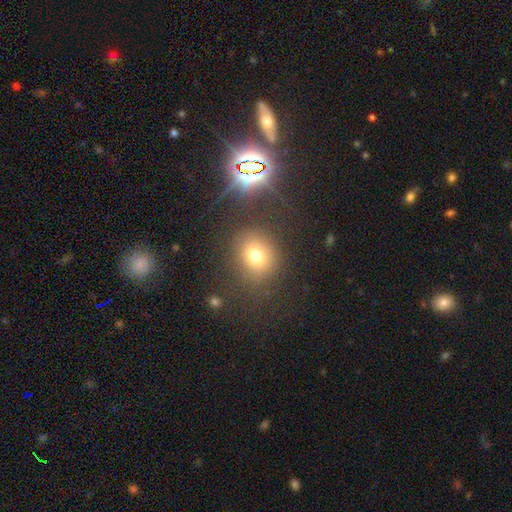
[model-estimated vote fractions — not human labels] A smooth galaxy with no disk features (70%) that is round (74%). Merging: none (79%).